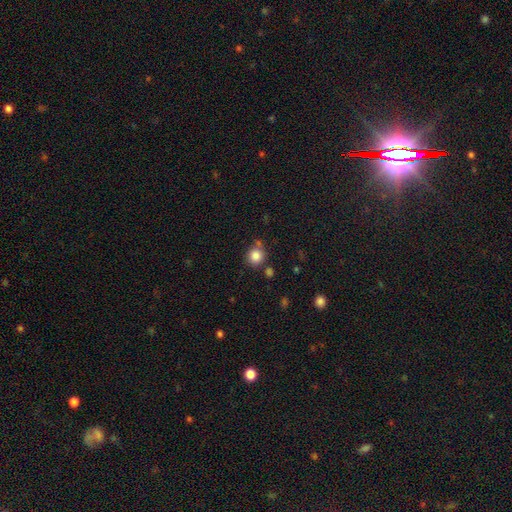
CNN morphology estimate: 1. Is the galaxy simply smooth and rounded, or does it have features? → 85% smooth, 11% star or artifact, 5% featured or disk.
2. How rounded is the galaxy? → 90% round, 9% in between, 1% cigar-shaped.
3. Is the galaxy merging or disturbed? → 75% none, 11% minor disturbance, 10% merger, 3% major disturbance.